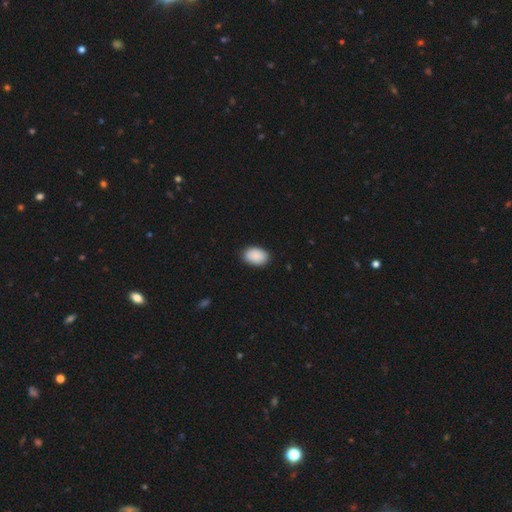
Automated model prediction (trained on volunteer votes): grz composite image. It shows a smooth galaxy with no disk features (91%) that is in between round and cigar-shaped (86%). Merging: none (88%).